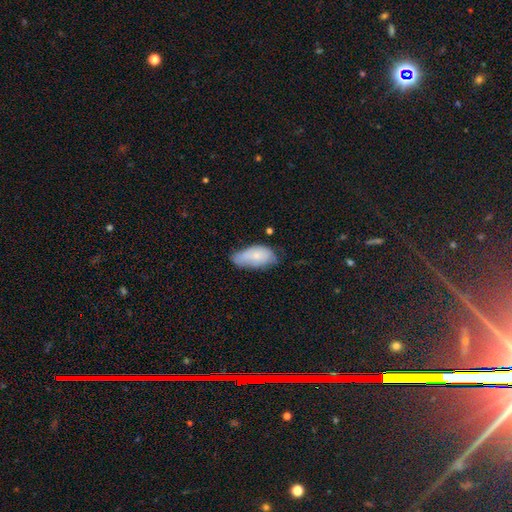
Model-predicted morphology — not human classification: smooth 73%, featured or disk 20%, star or artifact 7%. Down the decision tree: how rounded — in between (92%); merging — none (44%).